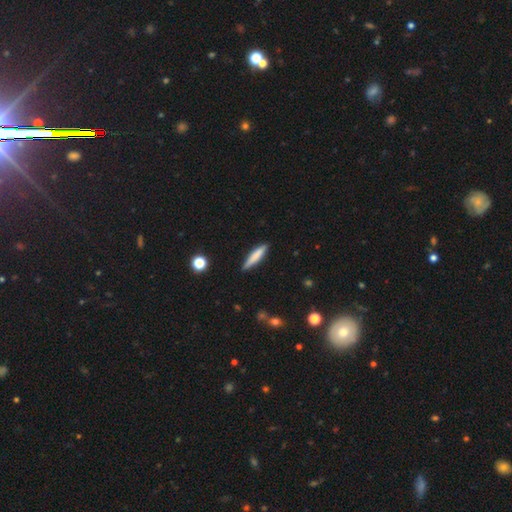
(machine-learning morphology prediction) smooth-or-featured: smooth: 74% | featured or disk: 20% | star or artifact: 6%
  how-rounded: cigar-shaped: 87% | in between: 11% | round: 1%
  merging: none: 86% | minor disturbance: 11% | major disturbance: 2% | merger: 2%